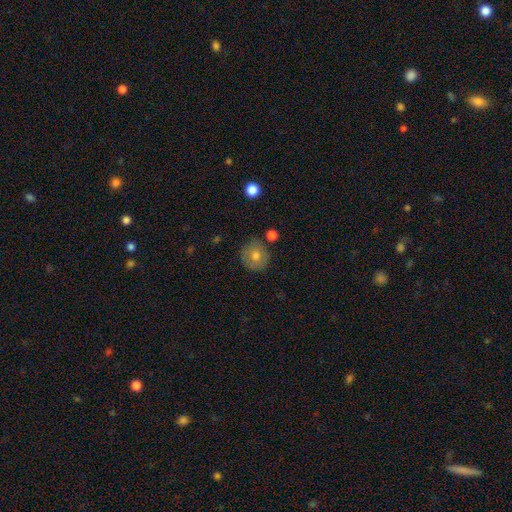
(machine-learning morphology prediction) A smooth galaxy with no disk features (68%) that is round (91%).

Vote fractions:
- Smooth or featured? smooth: 68% / featured or disk: 22% / star or artifact: 10%
- How rounded? round: 91% / in between: 8% / cigar-shaped: 1%
- Merging? none: 81% / minor disturbance: 12% / merger: 4% / major disturbance: 3%